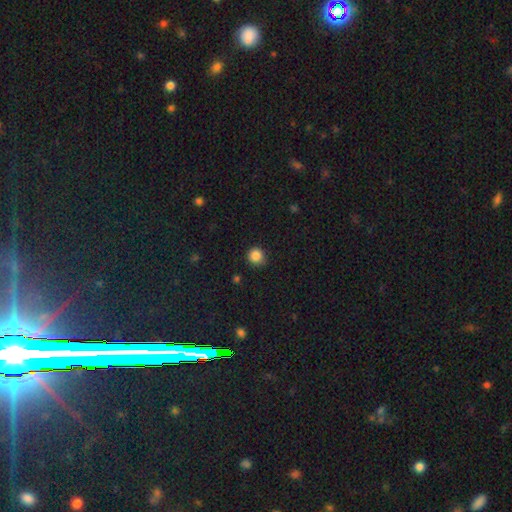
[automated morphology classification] Smooth or featured?
  - smooth: 86% *
  - star or artifact: 11%
  - featured or disk: 3%
How rounded?
  - round: 93% *
  - in between: 6%
  - cigar-shaped: 1%
Merging?
  - none: 88% *
  - minor disturbance: 9%
  - major disturbance: 2%
  - merger: 1%